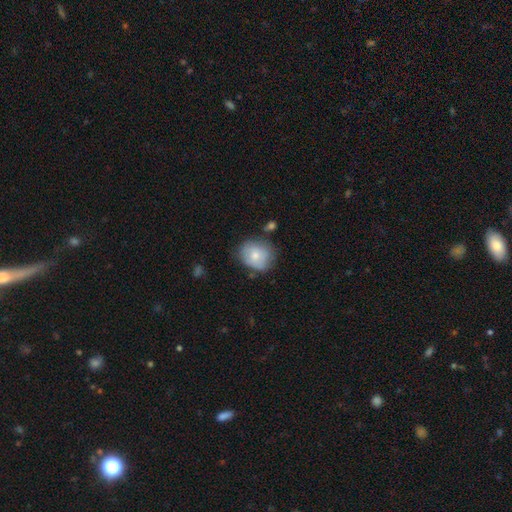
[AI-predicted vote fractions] This appears to be a smooth galaxy with no disk features (74%) that is round (70%). Merging: none (65%).